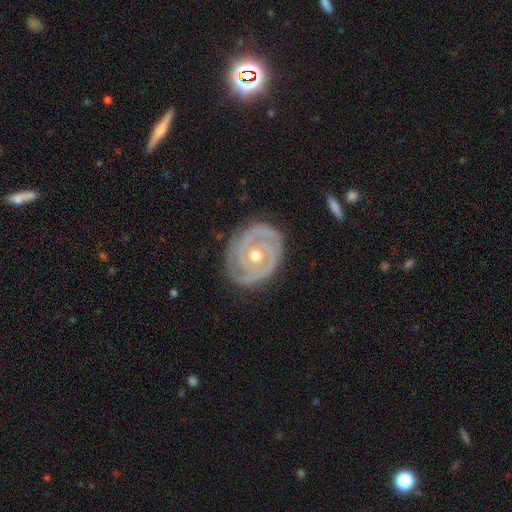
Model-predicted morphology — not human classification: Q: Smooth or featured?
A: featured or disk (89%); runner-up: smooth (7%)
Q: Edge-on disk?
A: no (97%); runner-up: yes (3%)
Q: Bar?
A: no (78%); runner-up: weak (17%)
Q: Spiral arms?
A: yes (94%); runner-up: no (6%)
Q: Spiral winding?
A: tight (81%); runner-up: medium (15%)
Q: Spiral arm count?
A: 2 (47%); runner-up: 3 (21%)
Q: Bulge size?
A: moderate (70%); runner-up: small (26%)
Q: Merging?
A: none (81%); runner-up: minor disturbance (14%)